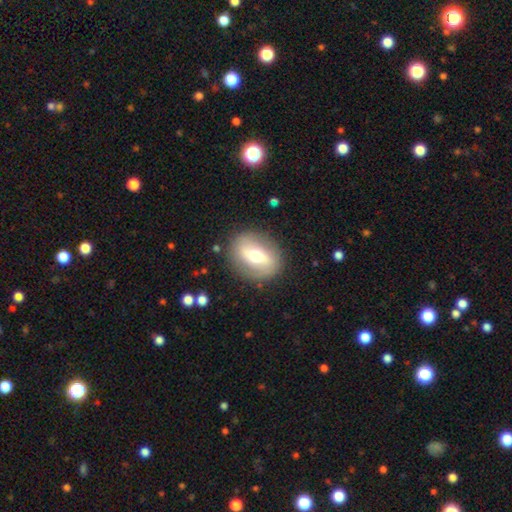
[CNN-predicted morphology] Smooth or featured: featured or disk — 52% (smooth — 41%)
Edge-on disk: no — 90% (yes — 10%)
Merging: none — 84% (minor disturbance — 10%)